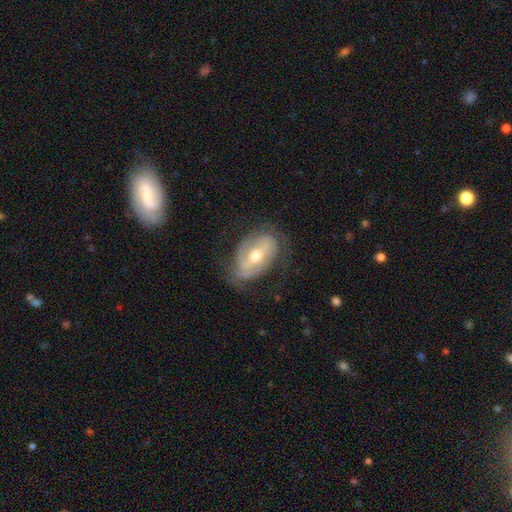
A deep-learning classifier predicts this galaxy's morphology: Smooth or featured?
  - featured or disk: 76% *
  - smooth: 18%
  - star or artifact: 7%
Edge-on disk?
  - no: 94% *
  - yes: 6%
Bar?
  - weak: 40% *
  - strong: 33%
  - no: 27%
Spiral arms?
  - yes: 81% *
  - no: 19%
Spiral winding?
  - tight: 43% *
  - medium: 36%
  - loose: 21%
Spiral arm count?
  - 2: 52% *
  - can't tell: 28%
  - 3: 9%
  - 1: 7%
  - 4: 3%
  - more than 4: 2%
Bulge size?
  - moderate: 66% *
  - small: 29%
  - large: 3%
  - none: 1%
  - dominant: 1%
Merging?
  - none: 63% *
  - minor disturbance: 23%
  - major disturbance: 12%
  - merger: 2%